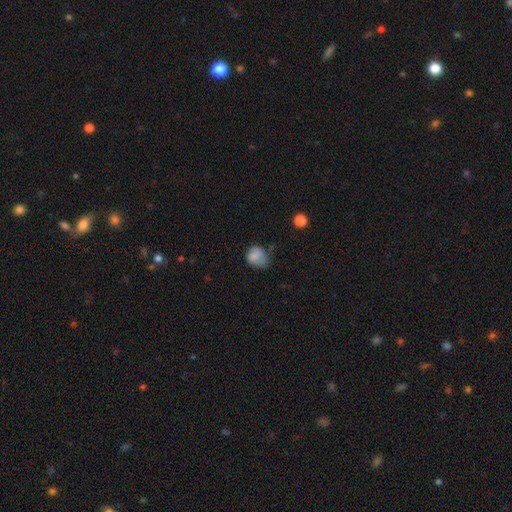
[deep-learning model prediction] This is likely a smooth galaxy (79%). How rounded: possibly round (58%). Merging: marginally none (45%).